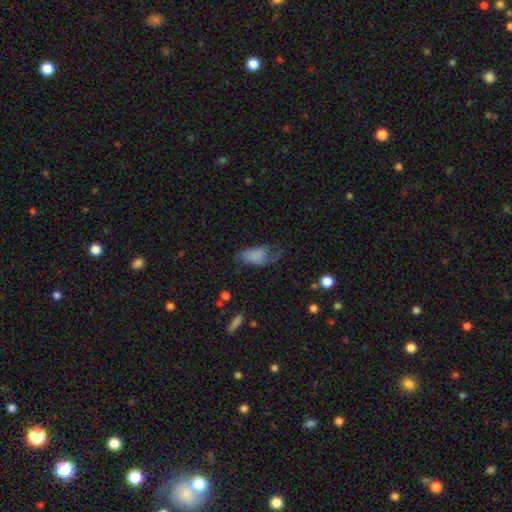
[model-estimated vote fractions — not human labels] Overall: smooth (63%; featured or disk 28%). How rounded: in between (92%). Merging: major disturbance (40%; none 29%).